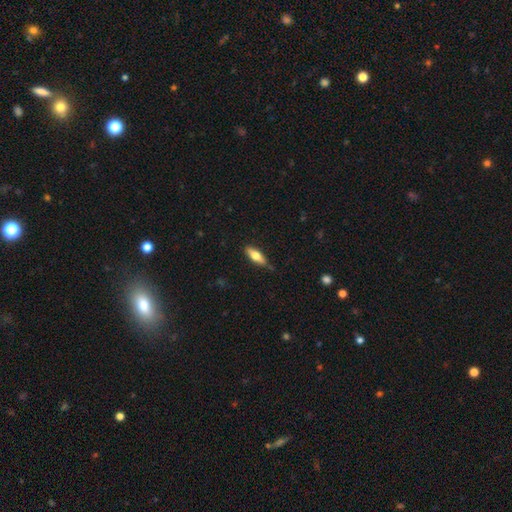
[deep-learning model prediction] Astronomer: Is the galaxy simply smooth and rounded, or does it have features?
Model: smooth — 59% (runner-up: featured or disk, 35%).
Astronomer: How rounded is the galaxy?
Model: in between — 54% (runner-up: cigar-shaped, 43%).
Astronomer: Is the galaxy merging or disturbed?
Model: none — 76%.